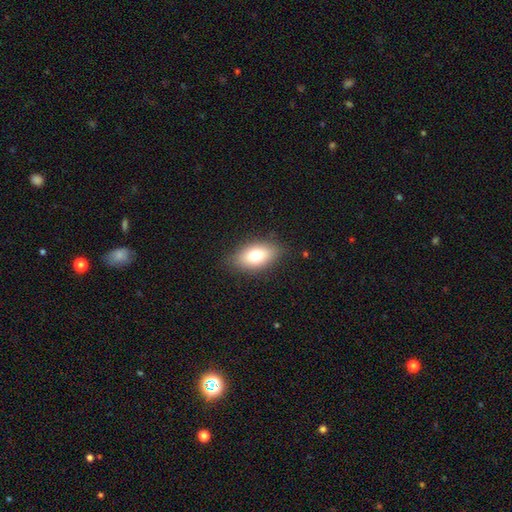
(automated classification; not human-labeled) smooth_or_featured: smooth (p=0.75) [alt: featured or disk p=0.16]
how_rounded: in between (p=0.89) [alt: round p=0.08]
merging: none (p=0.84) [alt: minor disturbance p=0.12]